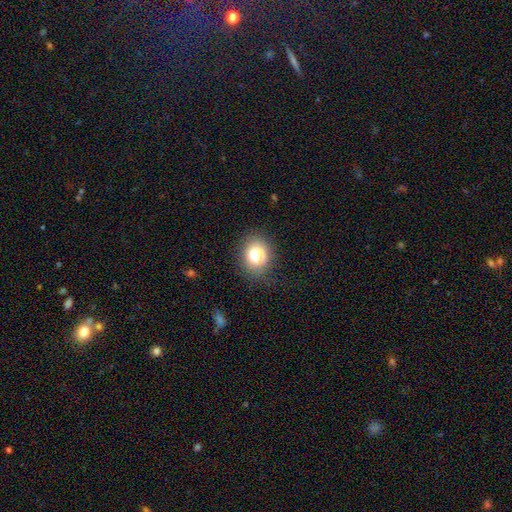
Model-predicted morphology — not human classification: Smooth or featured? Predicted: smooth (p=0.77). How rounded? Predicted: round (p=0.58). Merging? Predicted: none (p=0.74).